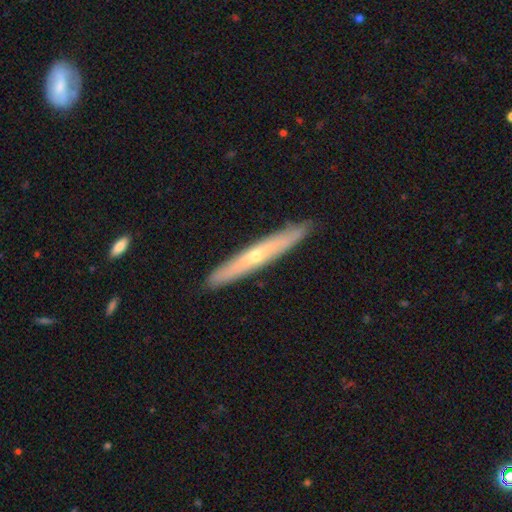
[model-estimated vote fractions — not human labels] Smooth or featured? Predicted: featured or disk (p=0.58). Edge-on disk? Predicted: yes (p=0.88). Edge-on bulge? Predicted: rounded (p=0.68). Merging? Predicted: none (p=0.90).